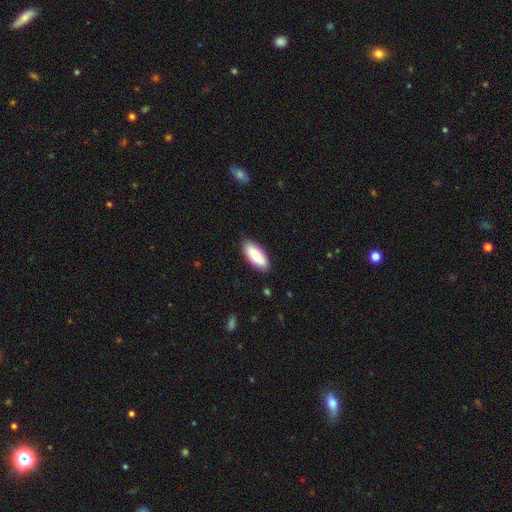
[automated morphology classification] Q: Smooth or featured?
A: smooth (84%); runner-up: featured or disk (11%)
Q: How rounded?
A: in between (84%); runner-up: cigar-shaped (15%)
Q: Merging?
A: none (87%); runner-up: minor disturbance (10%)